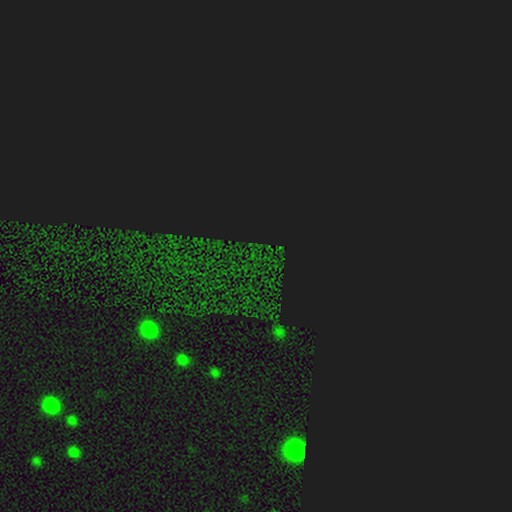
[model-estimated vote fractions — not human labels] Smooth or featured? Predicted: star or artifact (p=0.82).